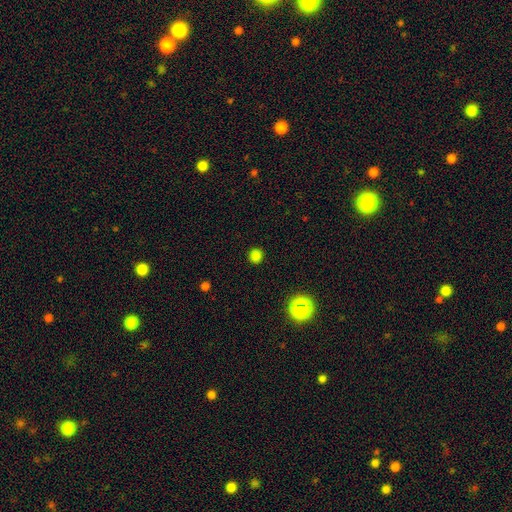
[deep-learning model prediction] Smooth or featured: smooth — 80% (star or artifact — 17%)
How rounded: round — 91% (in between — 8%)
Merging: none — 91% (minor disturbance — 6%)